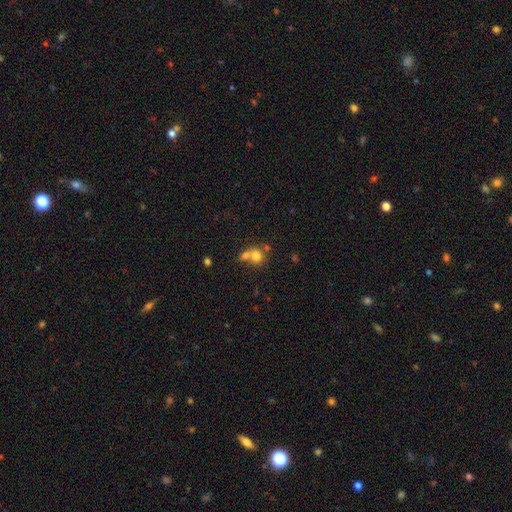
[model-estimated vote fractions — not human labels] Smooth or featured? Predicted: smooth (p=0.75). How rounded? Predicted: round (p=0.77). Merging? Predicted: merger (p=0.55).